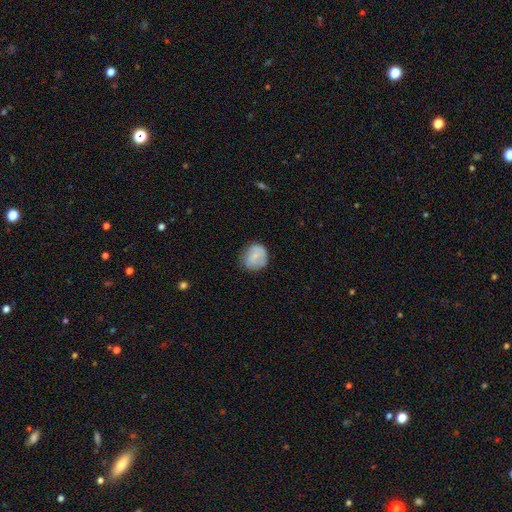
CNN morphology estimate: Smooth or featured?
  - smooth: 72% *
  - featured or disk: 21%
  - star or artifact: 7%
How rounded?
  - round: 79% *
  - in between: 20%
  - cigar-shaped: 1%
Merging?
  - none: 70% *
  - minor disturbance: 22%
  - major disturbance: 6%
  - merger: 1%